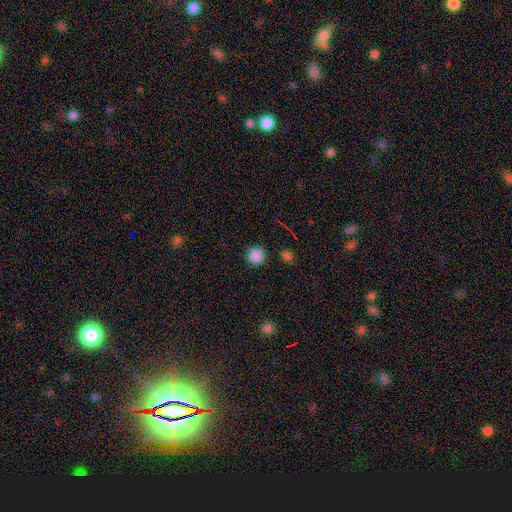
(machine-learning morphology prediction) Smooth or featured? Predicted: smooth (p=0.85). How rounded? Predicted: round (p=0.95). Merging? Predicted: none (p=0.89).